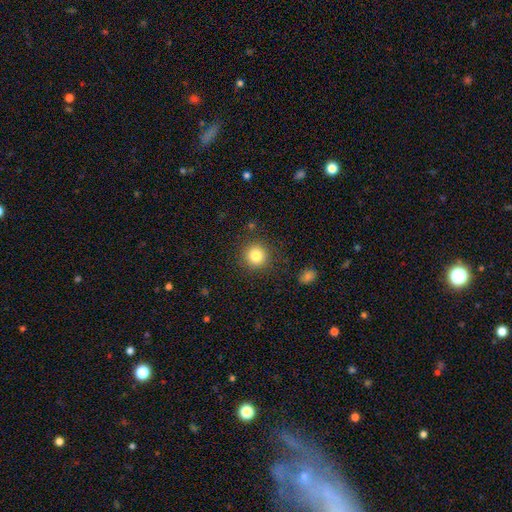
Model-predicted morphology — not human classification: The model was most divided on "smooth or featured": smooth: 82%, star or artifact: 11%, featured or disk: 6%. More confident: how rounded — round (93%); merging — none (89%).